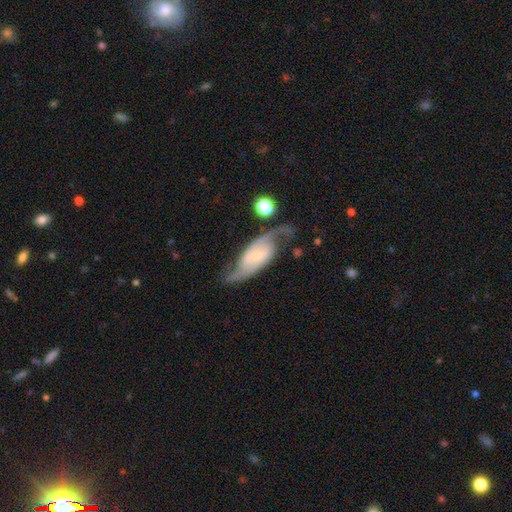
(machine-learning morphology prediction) Smooth or featured? Predicted: featured or disk (p=0.84). Edge-on disk? Predicted: no (p=0.93). Bar? Predicted: weak (p=0.43). Spiral arms? Predicted: yes (p=0.96). Spiral winding? Predicted: loose (p=0.50). Spiral arm count? Predicted: 2 (p=0.91). Bulge size? Predicted: small (p=0.44). Merging? Predicted: none (p=0.67).